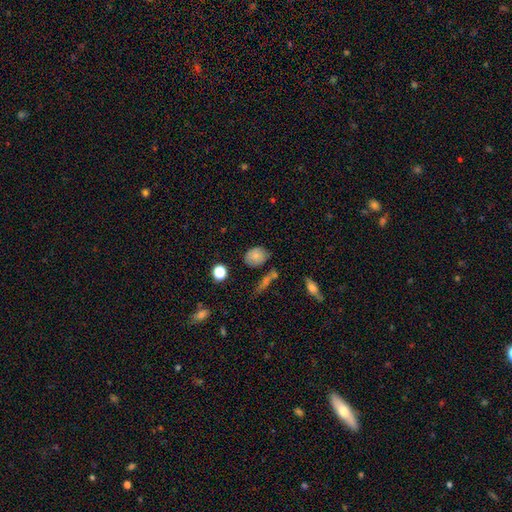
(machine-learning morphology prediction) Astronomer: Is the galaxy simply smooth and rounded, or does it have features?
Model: smooth — 78%.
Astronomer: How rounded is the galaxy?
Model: in between — 60% (runner-up: round, 38%).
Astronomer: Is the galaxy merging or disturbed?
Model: none — 65%.